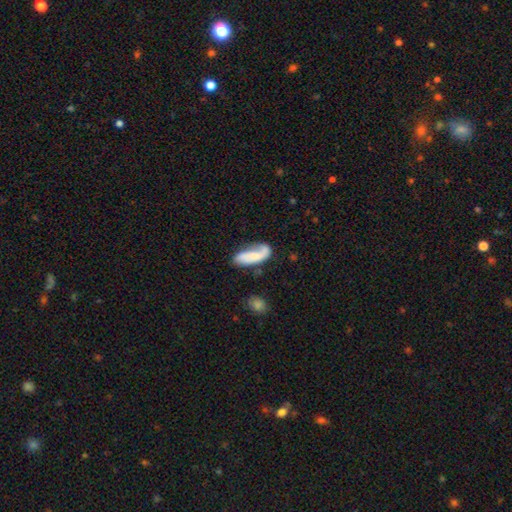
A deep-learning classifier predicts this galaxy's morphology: type=smooth (50%); merging=none (46%).